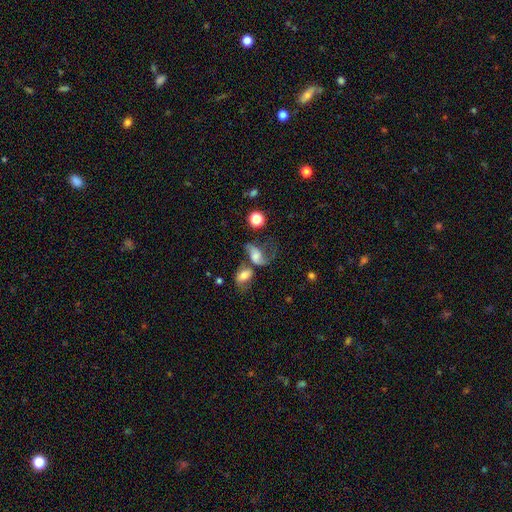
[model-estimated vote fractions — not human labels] Smooth or featured: featured or disk — 52% (smooth — 36%)
Edge-on disk: no — 96% (yes — 4%)
Bar: no — 56% (weak — 33%)
Spiral arms: yes — 83% (no — 17%)
Bulge size: moderate — 35% (small — 23%)
Merging: merger — 47% (none — 22%)